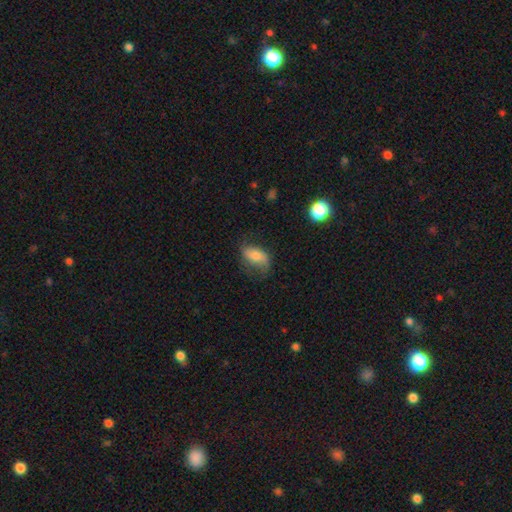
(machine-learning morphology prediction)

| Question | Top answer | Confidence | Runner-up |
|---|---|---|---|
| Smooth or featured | smooth | 57% | featured or disk (34%) |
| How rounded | in between | 88% | round (8%) |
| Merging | none | 59% | minor disturbance (28%) |